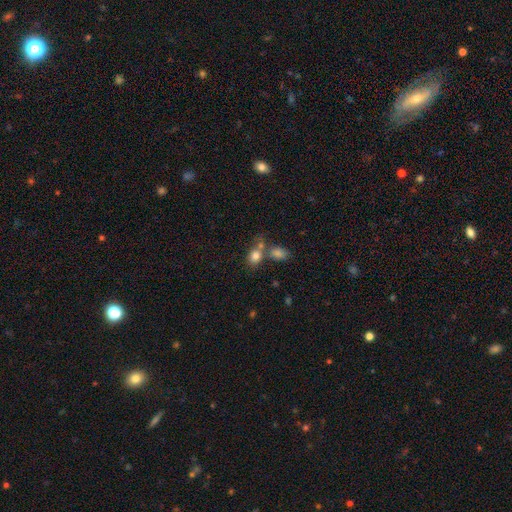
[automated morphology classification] A smooth galaxy with no disk features (79%) that is round (50%).

Vote fractions:
- Smooth or featured? smooth: 79% / star or artifact: 11% / featured or disk: 10%
- How rounded? round: 50% / in between: 49% / cigar-shaped: 2%
- Merging? none: 43% / merger: 41% / minor disturbance: 11% / major disturbance: 5%